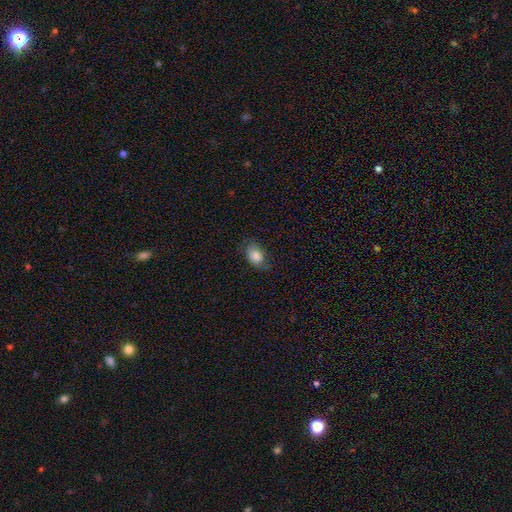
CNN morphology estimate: This is clearly a smooth galaxy (81%). How rounded: clearly in between (83%). Merging: likely none (67%).